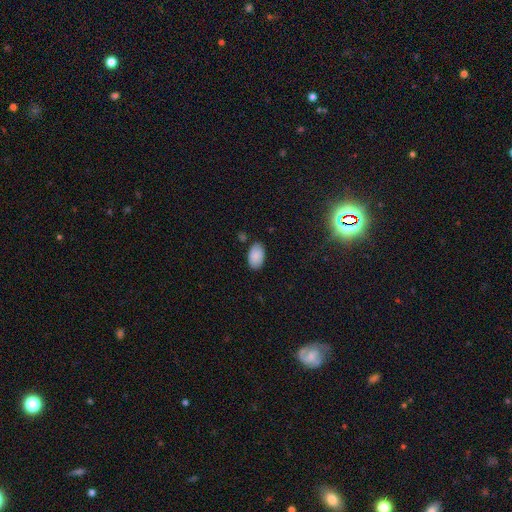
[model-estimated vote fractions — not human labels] This appears to be a smooth galaxy with no disk features (86%) that is in between round and cigar-shaped (94%). Merging: none (79%).